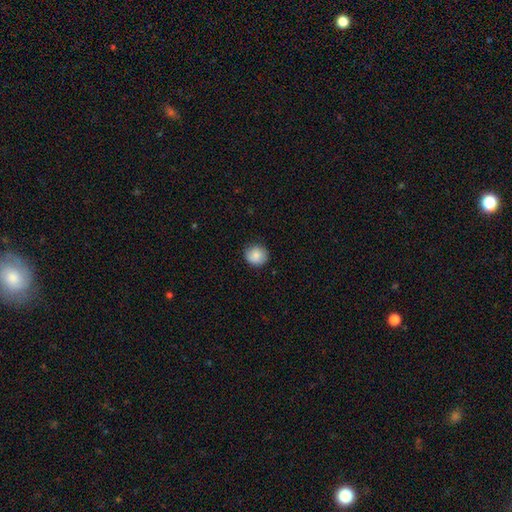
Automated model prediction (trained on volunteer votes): Smooth or featured? Predicted: smooth (p=0.85). How rounded? Predicted: round (p=0.89). Merging? Predicted: none (p=0.86).